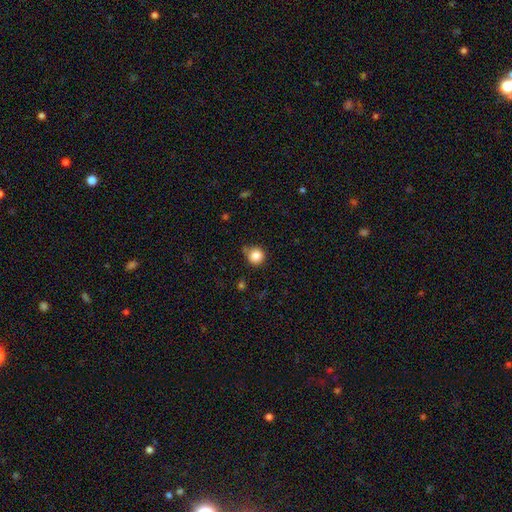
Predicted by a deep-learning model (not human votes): This appears to be a smooth galaxy with no disk features (85%) that is round (93%). Merging: none (76%).